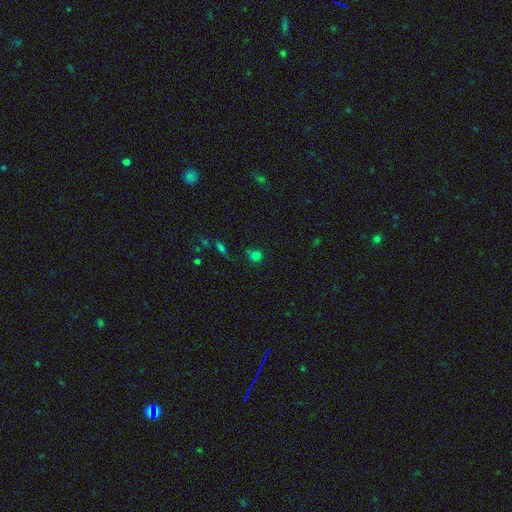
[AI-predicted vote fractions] Smooth or featured: smooth — 70% (star or artifact — 25%)
How rounded: round — 86% (in between — 12%)
Merging: none — 68% (minor disturbance — 14%)